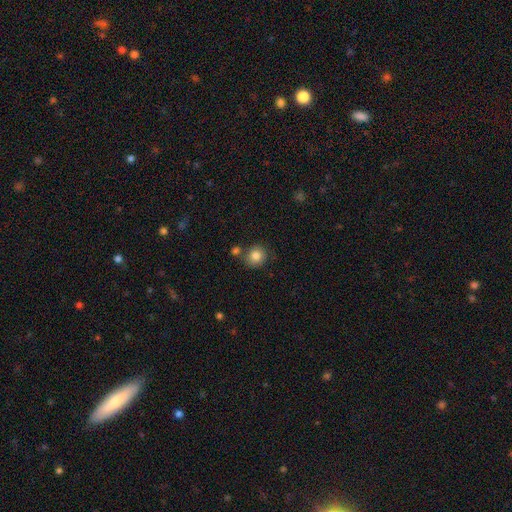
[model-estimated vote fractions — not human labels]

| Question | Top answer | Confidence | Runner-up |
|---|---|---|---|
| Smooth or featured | smooth | 83% | star or artifact (10%) |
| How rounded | round | 88% | in between (11%) |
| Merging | none | 72% | merger (13%) |